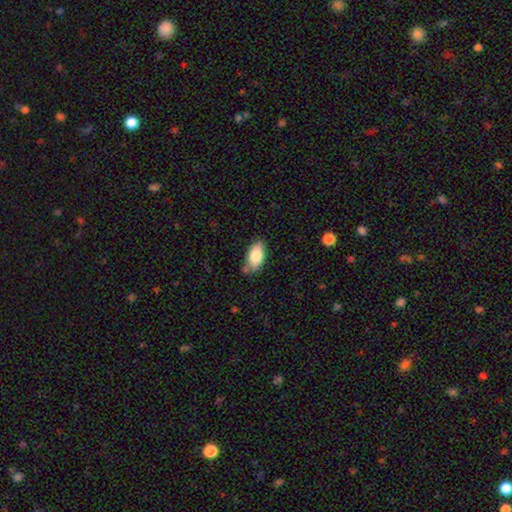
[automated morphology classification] This is clearly a smooth galaxy (80%). How rounded: clearly in between (92%). Merging: likely none (72%).